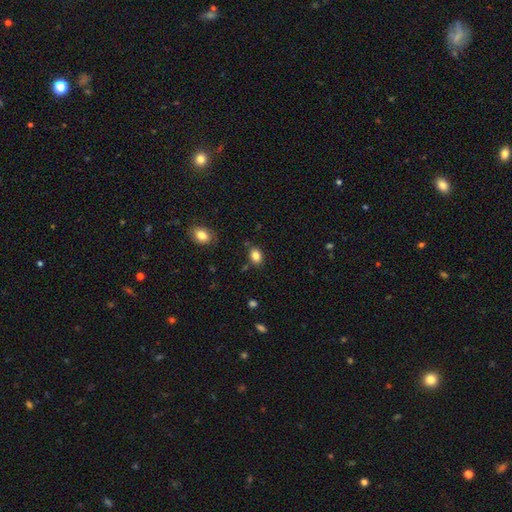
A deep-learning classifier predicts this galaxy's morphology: smooth 84%, star or artifact 10%, featured or disk 6%. Down the decision tree: how rounded — in between (69%); merging — none (81%).